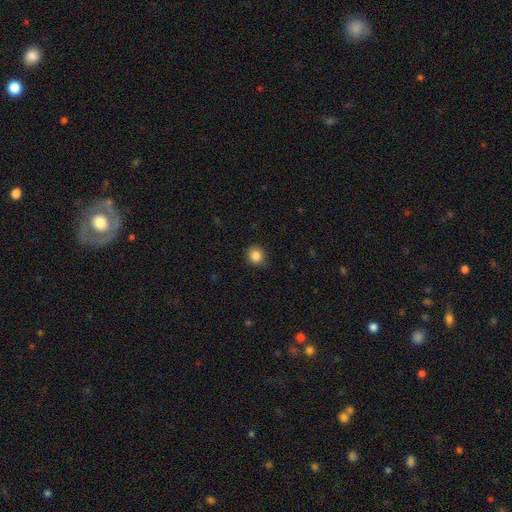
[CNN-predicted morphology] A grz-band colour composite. It shows a smooth galaxy with no disk features (85%) that is round (87%). Merging: none (87%).